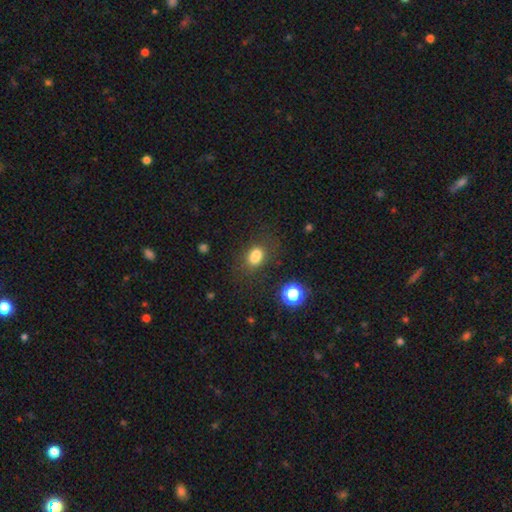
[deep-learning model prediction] A smooth galaxy with no disk features (76%) that is in between round and cigar-shaped (63%).

Vote fractions:
- Smooth or featured? smooth: 76% / star or artifact: 15% / featured or disk: 9%
- How rounded? in between: 63% / round: 35% / cigar-shaped: 2%
- Merging? none: 62% / minor disturbance: 17% / merger: 13% / major disturbance: 8%